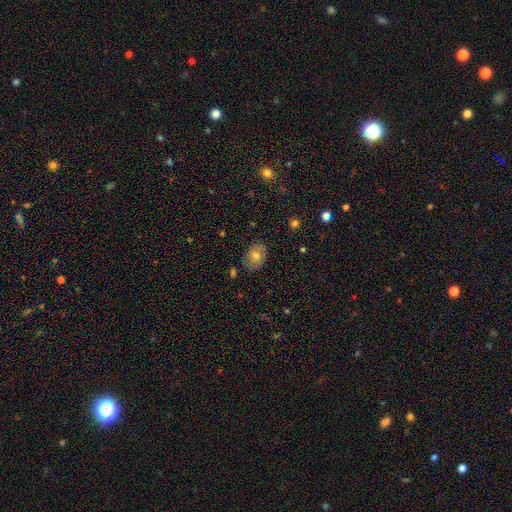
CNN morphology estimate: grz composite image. It shows a smooth galaxy with no disk features (66%) that is in between round and cigar-shaped (73%). Merging: none (82%).